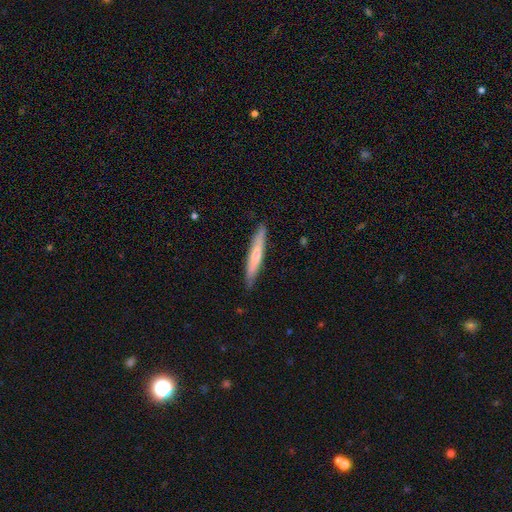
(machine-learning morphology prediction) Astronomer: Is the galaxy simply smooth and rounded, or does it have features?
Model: smooth — 58% (runner-up: featured or disk, 37%).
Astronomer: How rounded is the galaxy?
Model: cigar-shaped — 94%.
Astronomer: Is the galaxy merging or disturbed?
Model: none — 88%.